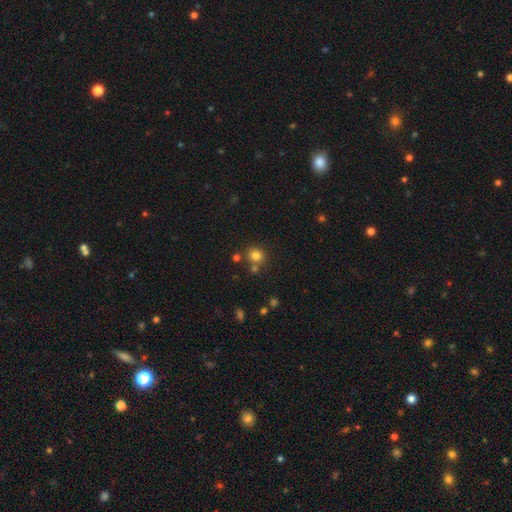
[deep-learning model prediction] Smooth or featured?
  - smooth: 80% *
  - star or artifact: 14%
  - featured or disk: 6%
How rounded?
  - round: 88% *
  - in between: 11%
  - cigar-shaped: 1%
Merging?
  - none: 73% *
  - merger: 15%
  - minor disturbance: 9%
  - major disturbance: 3%